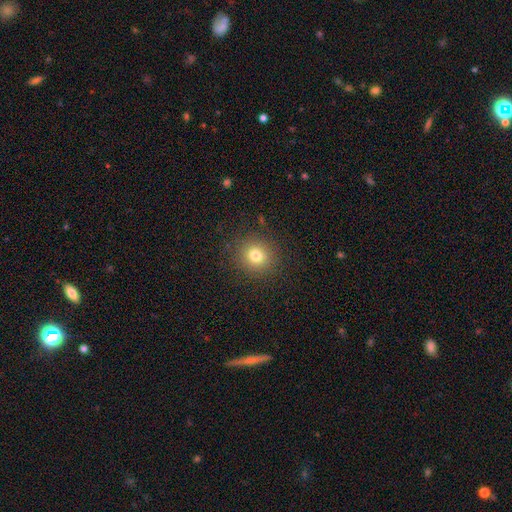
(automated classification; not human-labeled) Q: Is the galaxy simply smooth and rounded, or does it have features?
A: smooth — 78%.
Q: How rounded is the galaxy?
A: round — 89%.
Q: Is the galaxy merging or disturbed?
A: none — 89%.